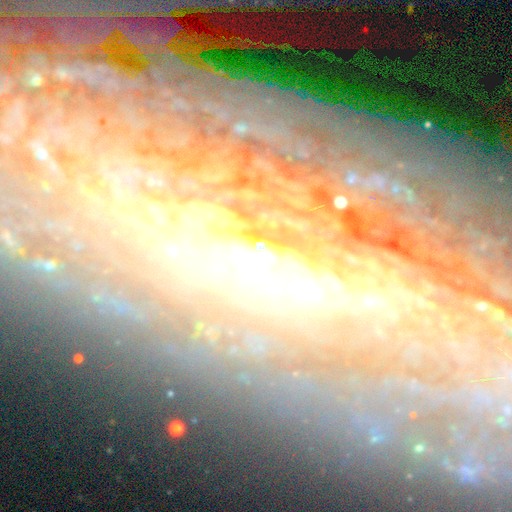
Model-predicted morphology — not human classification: Smooth or featured? featured or disk (77%)
Edge-on disk? no (78%)
Bar? no (51%)
Spiral arms? yes (77%)
Bulge size? moderate (52%)
Merging? none (71%)